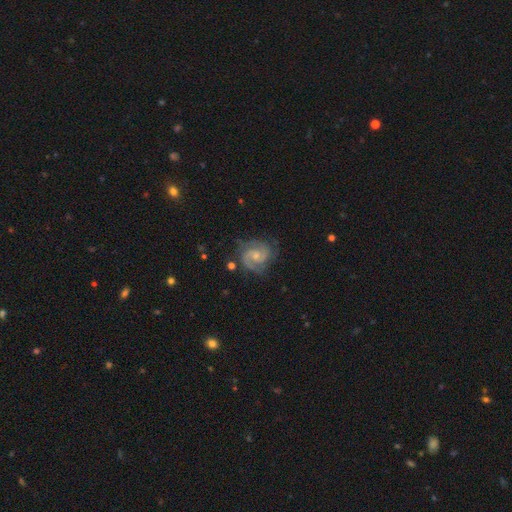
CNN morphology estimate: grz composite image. It shows a featured or disk galaxy (89%) with no bar (56%), 2 (77%) tight (47%) spiral arms (98%) and a small central bulge (58%). Merging: none (72%).